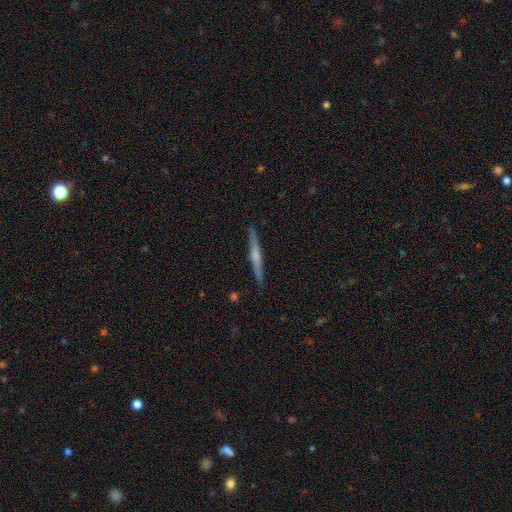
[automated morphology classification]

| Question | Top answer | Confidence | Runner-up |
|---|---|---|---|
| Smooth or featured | featured or disk | 56% | smooth (39%) |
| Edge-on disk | yes | 97% | no (3%) |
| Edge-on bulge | rounded | 47% | none (38%) |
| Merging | none | 89% | minor disturbance (9%) |